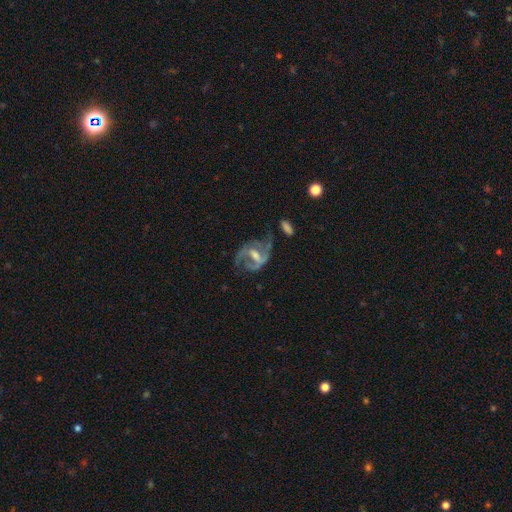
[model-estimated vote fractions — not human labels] smooth_or_featured: featured or disk (p=0.85) [alt: smooth p=0.09]
disk_edge_on: no (p=0.96) [alt: yes p=0.04]
bar: weak (p=0.45) [alt: strong p=0.39]
has_spiral_arms: yes (p=0.91) [alt: no p=0.09]
spiral_winding: medium (p=0.50) [alt: loose p=0.29]
spiral_arm_count: 2 (p=0.78) [alt: can't tell p=0.08]
bulge_size: moderate (p=0.53) [alt: small p=0.29]
merging: none (p=0.52) [alt: major disturbance p=0.23]